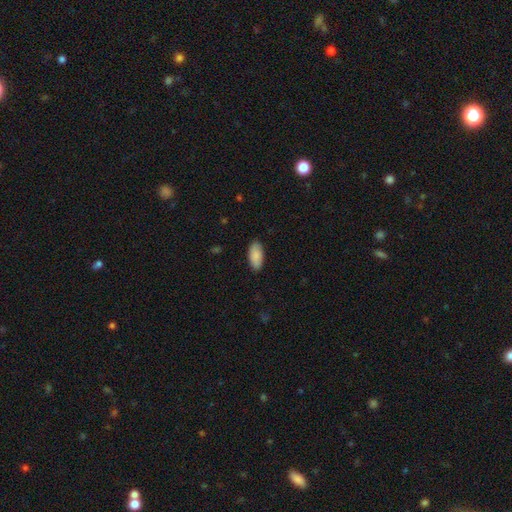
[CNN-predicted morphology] smooth 89%, star or artifact 6%, featured or disk 5%. Down the decision tree: how rounded — in between (92%); merging — none (88%).